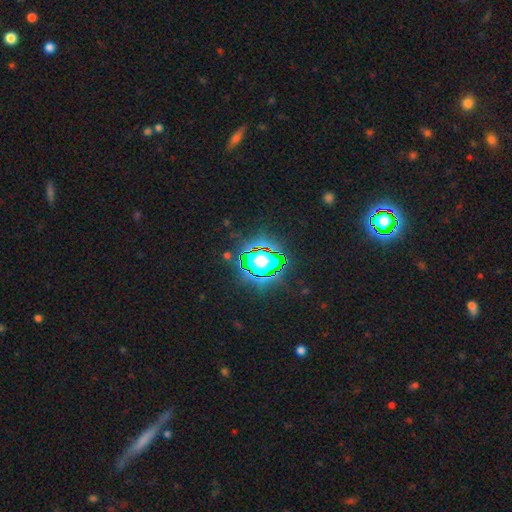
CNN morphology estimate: Smooth or featured? star or artifact (71%)